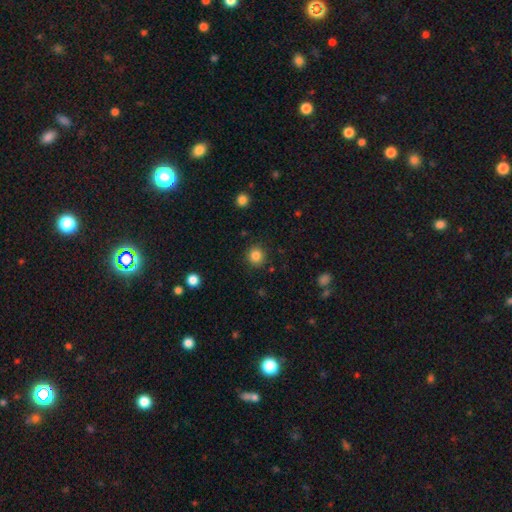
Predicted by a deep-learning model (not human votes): Q: Smooth or featured?
A: smooth (84%); runner-up: star or artifact (11%)
Q: How rounded?
A: round (90%); runner-up: in between (9%)
Q: Merging?
A: none (89%); runner-up: minor disturbance (7%)